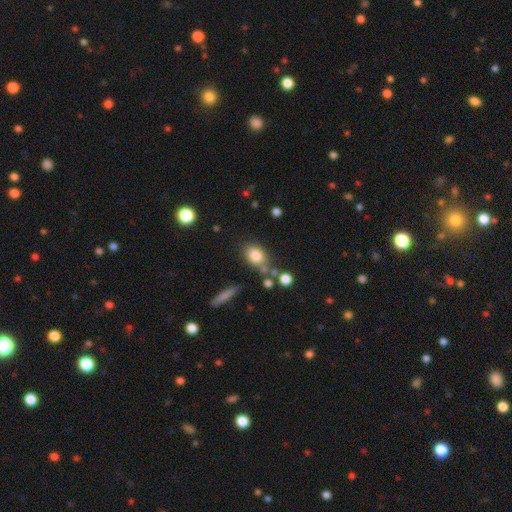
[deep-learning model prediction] A smooth galaxy with no disk features (80%) that is in between round and cigar-shaped (62%). Merging: none (61%).